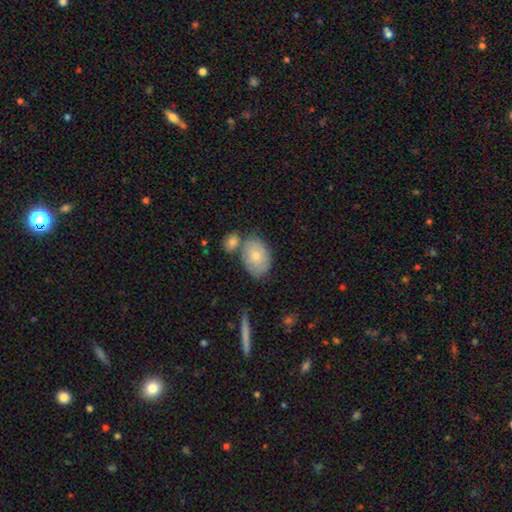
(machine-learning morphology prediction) smooth 73%, featured or disk 21%, star or artifact 6%. Down the decision tree: how rounded — in between (80%); merging — none (56%).